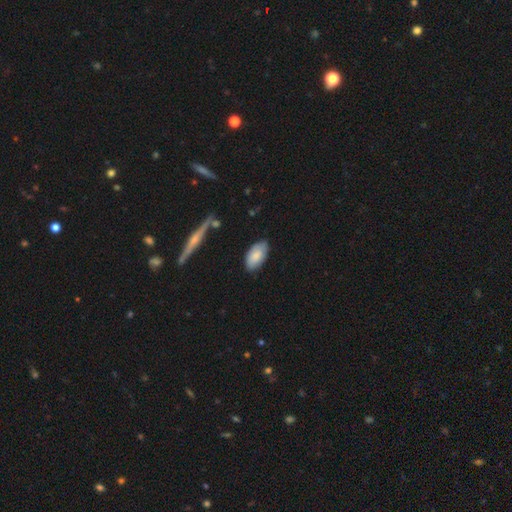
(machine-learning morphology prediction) smooth_or_featured: smooth (p=0.81) [alt: featured or disk p=0.13]
how_rounded: in between (p=0.94) [alt: round p=0.03]
merging: none (p=0.79) [alt: minor disturbance p=0.16]